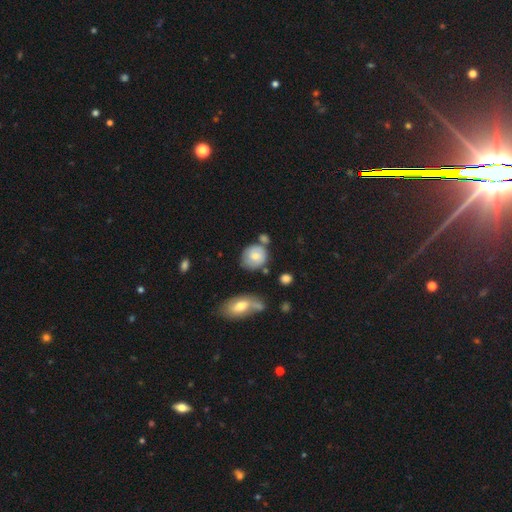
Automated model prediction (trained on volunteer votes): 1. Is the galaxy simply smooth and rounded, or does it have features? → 64% smooth, 28% featured or disk, 8% star or artifact.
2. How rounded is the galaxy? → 76% round, 23% in between, 1% cigar-shaped.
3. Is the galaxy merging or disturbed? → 58% none, 20% minor disturbance, 15% merger, 6% major disturbance.